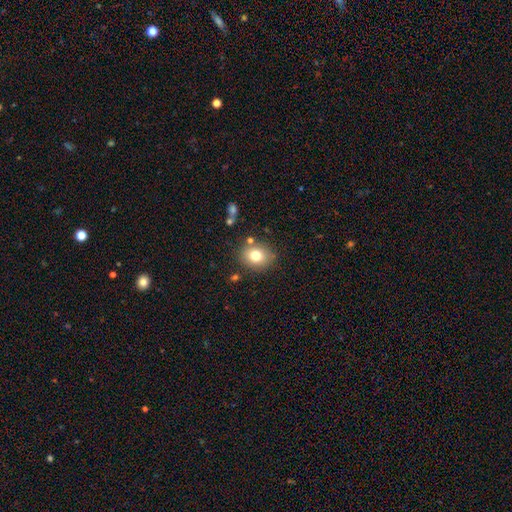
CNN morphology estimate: The model was most divided on "how rounded": round: 61%, in between: 38%, cigar-shaped: 1%. More confident: merging — none (79%); smooth or featured — smooth (77%).